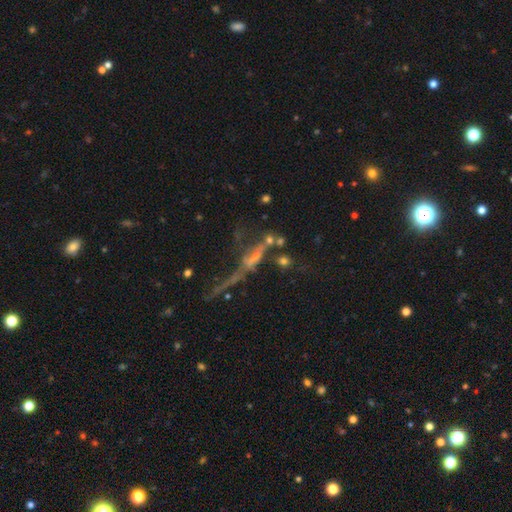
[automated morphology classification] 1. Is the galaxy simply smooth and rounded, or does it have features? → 50% featured or disk, 28% star or artifact, 21% smooth.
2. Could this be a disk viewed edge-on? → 65% no, 35% yes.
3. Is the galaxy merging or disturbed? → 35% major disturbance, 27% none, 25% merger, 12% minor disturbance.